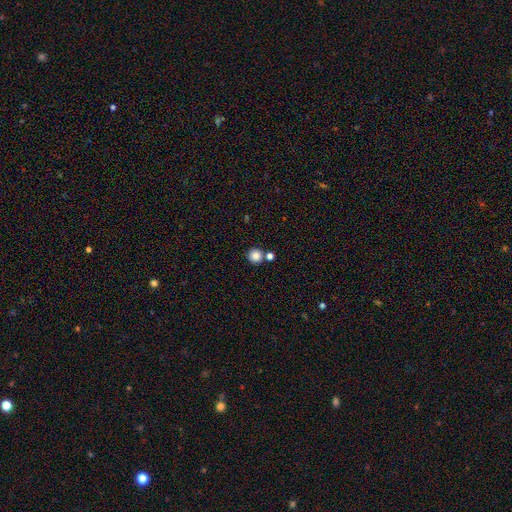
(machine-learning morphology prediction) Smooth or featured? smooth (84%)
How rounded? round (94%)
Merging? none (75%)